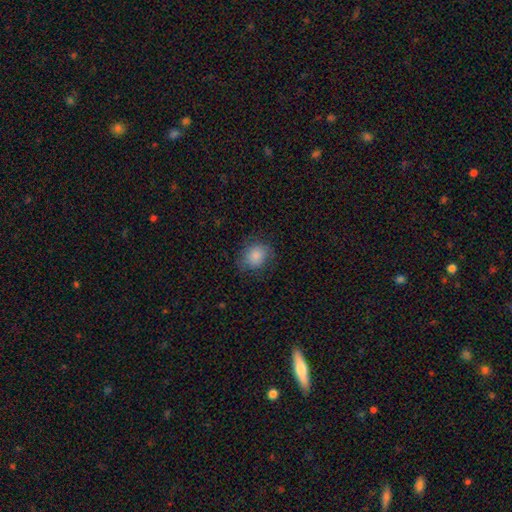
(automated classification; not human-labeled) smooth-or-featured: smooth: 84% | star or artifact: 9% | featured or disk: 7%
  how-rounded: round: 67% | in between: 32% | cigar-shaped: 1%
  merging: none: 76% | minor disturbance: 17% | major disturbance: 6% | merger: 1%